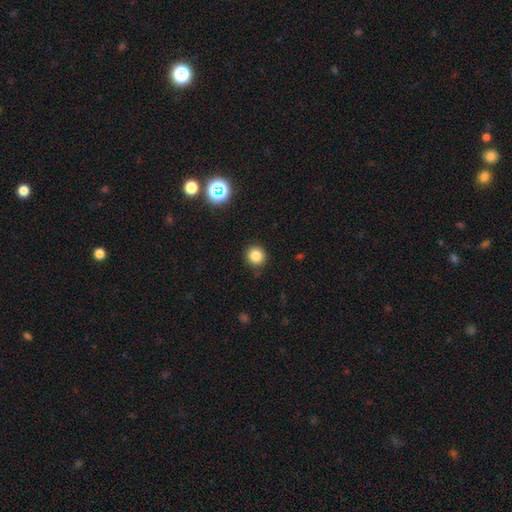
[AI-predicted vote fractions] Smooth or featured? smooth (82%)
How rounded? round (92%)
Merging? none (88%)